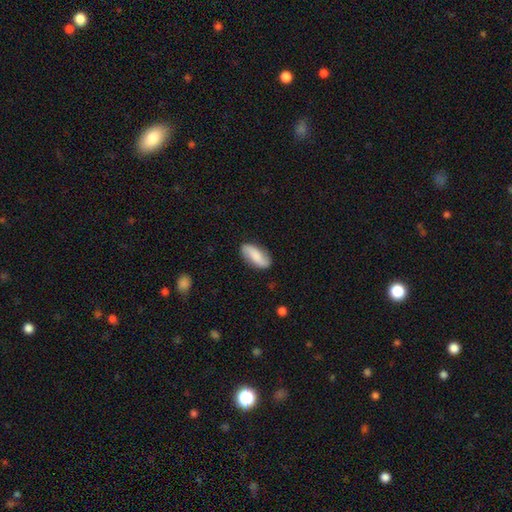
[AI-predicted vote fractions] A smooth galaxy with no disk features (56%) that is in between round and cigar-shaped (83%). Merging: none (81%).